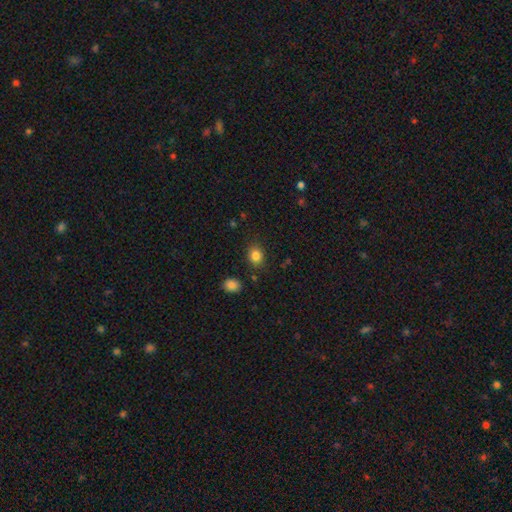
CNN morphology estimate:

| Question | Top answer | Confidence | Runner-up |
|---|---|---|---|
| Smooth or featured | smooth | 84% | star or artifact (11%) |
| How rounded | round | 63% | in between (36%) |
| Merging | none | 84% | minor disturbance (10%) |